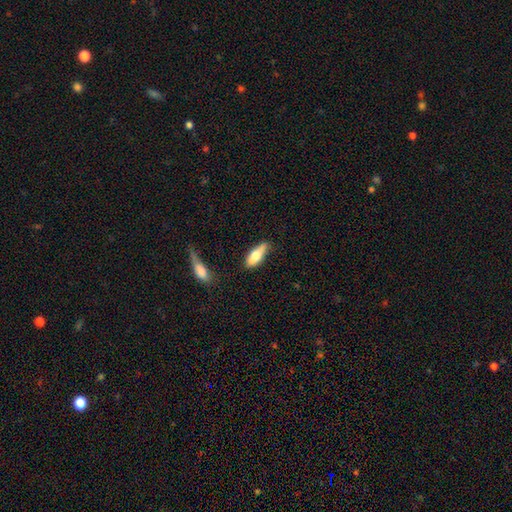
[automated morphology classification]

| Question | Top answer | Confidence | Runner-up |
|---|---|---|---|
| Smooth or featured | smooth | 69% | featured or disk (25%) |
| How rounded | in between | 63% | cigar-shaped (34%) |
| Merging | none | 68% | minor disturbance (21%) |